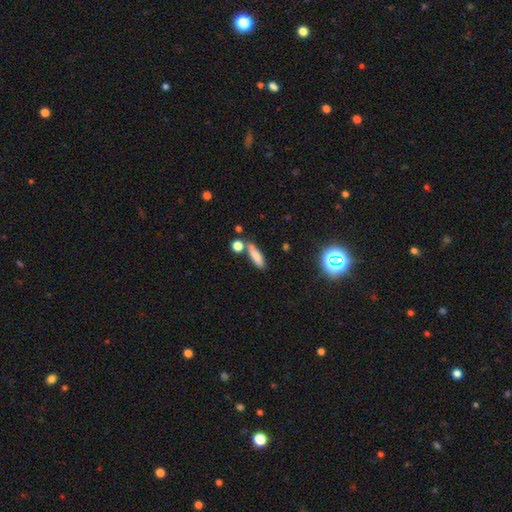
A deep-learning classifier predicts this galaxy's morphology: A smooth galaxy with no disk features (76%) that is cigar-shaped (50%).

Vote fractions:
- Smooth or featured? smooth: 76% / featured or disk: 12% / star or artifact: 11%
- How rounded? cigar-shaped: 50% / in between: 45% / round: 5%
- Merging? none: 62% / merger: 18% / minor disturbance: 15% / major disturbance: 5%